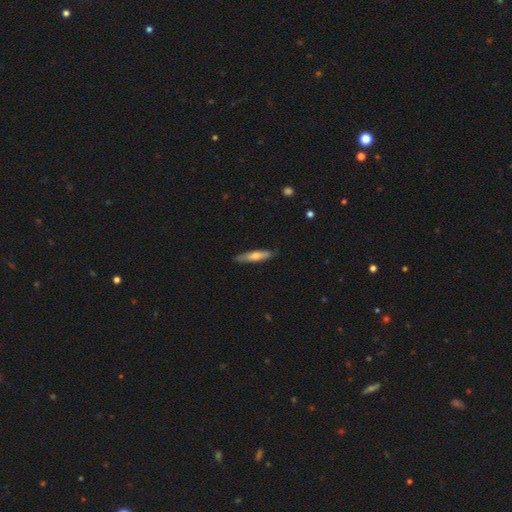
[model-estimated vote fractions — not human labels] Q: Smooth or featured?
A: smooth (55%); runner-up: featured or disk (39%)
Q: How rounded?
A: cigar-shaped (82%); runner-up: in between (16%)
Q: Merging?
A: none (83%); runner-up: minor disturbance (14%)